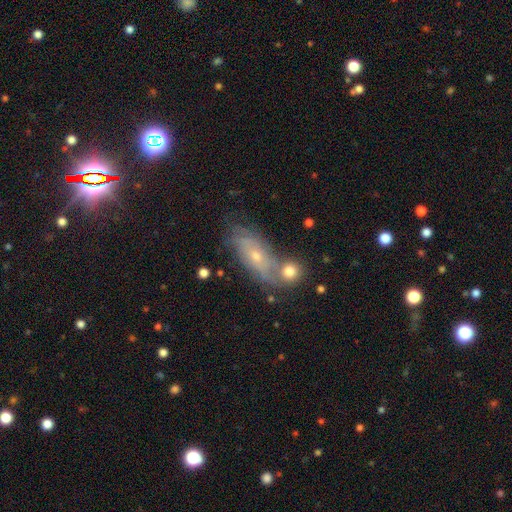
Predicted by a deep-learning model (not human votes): A featured or disk galaxy (57%). Merging: none (50%).